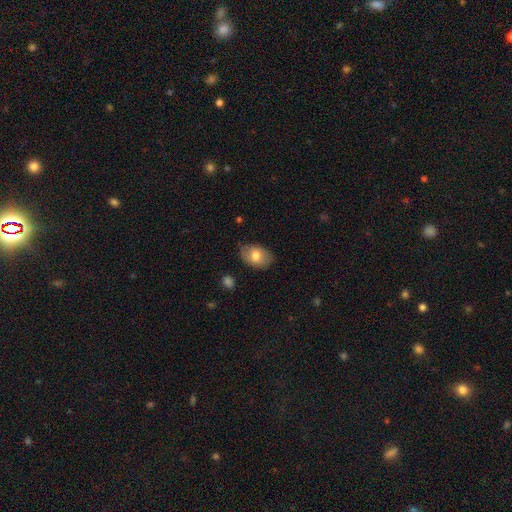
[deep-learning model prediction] The model was most divided on "smooth or featured": smooth: 76%, featured or disk: 17%, star or artifact: 7%. More confident: how rounded — in between (86%); merging — none (80%).